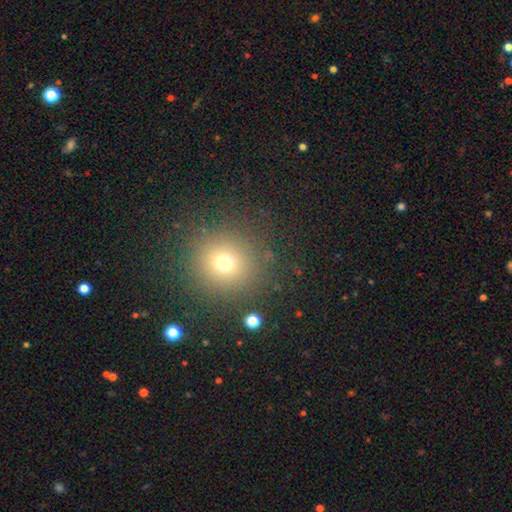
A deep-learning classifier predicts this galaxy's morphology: type=smooth (62%); roundness=round (93%); merging=none (90%).